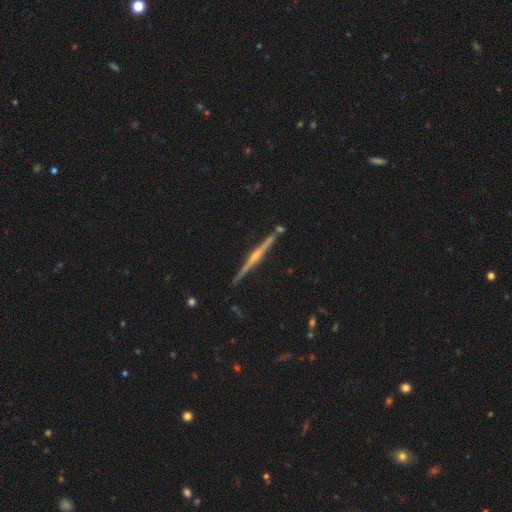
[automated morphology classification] Smooth or featured: featured or disk — 86% (smooth — 9%)
Edge-on disk: yes — 99% (no — 1%)
Edge-on bulge: rounded — 86% (none — 8%)
Merging: none — 89% (minor disturbance — 7%)